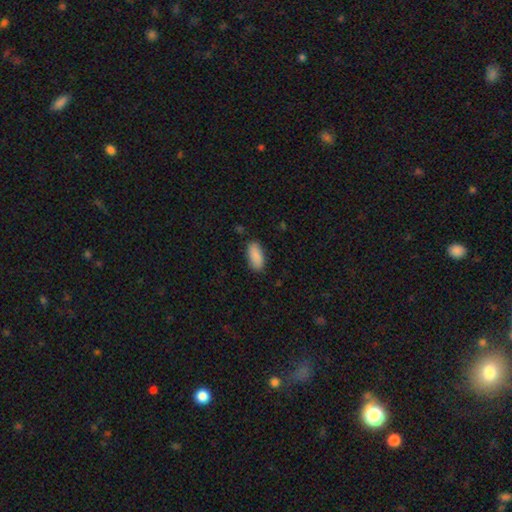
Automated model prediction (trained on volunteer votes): smooth 89%, star or artifact 6%, featured or disk 5%. Down the decision tree: how rounded — in between (89%); merging — none (83%).